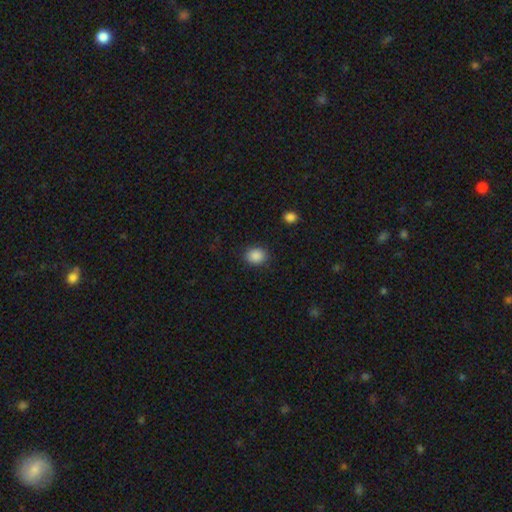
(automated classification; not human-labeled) Morphology: type=smooth (88%); roundness=round (55%); merging=none (87%).